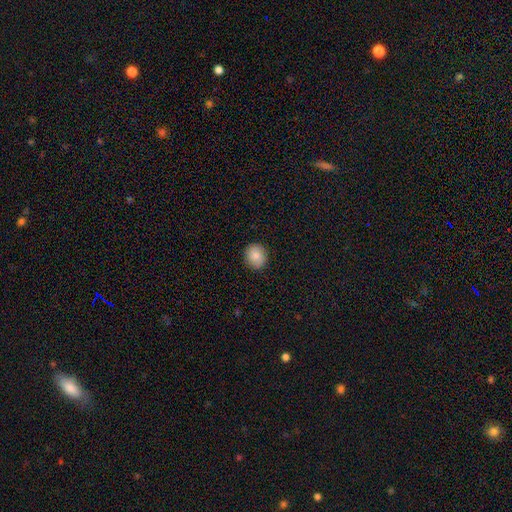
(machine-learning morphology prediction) Q: Smooth or featured?
A: smooth (85%); runner-up: star or artifact (8%)
Q: How rounded?
A: round (82%); runner-up: in between (17%)
Q: Merging?
A: none (90%); runner-up: minor disturbance (7%)